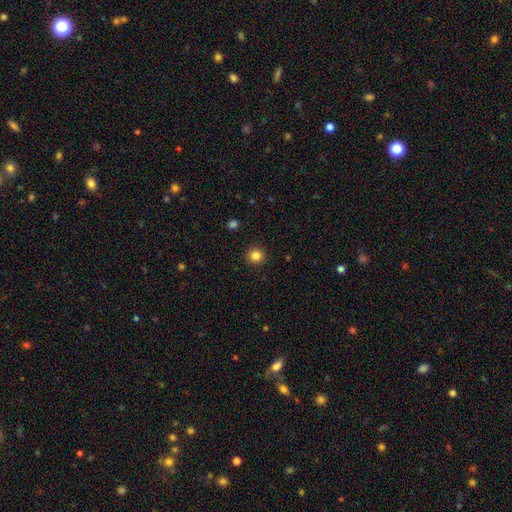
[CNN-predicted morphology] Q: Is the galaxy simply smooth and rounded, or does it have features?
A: smooth — 84%.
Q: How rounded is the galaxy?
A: round — 94%.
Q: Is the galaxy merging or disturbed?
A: none — 93%.